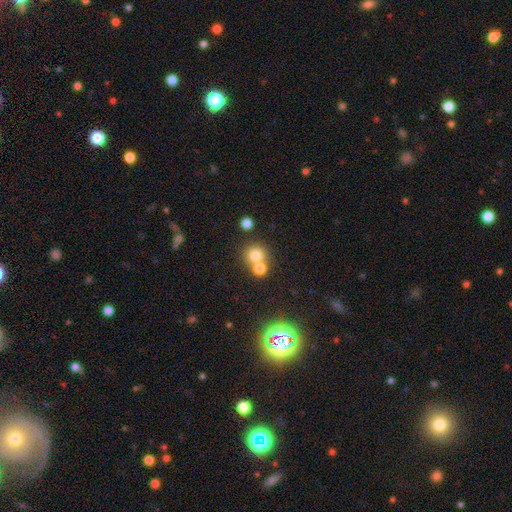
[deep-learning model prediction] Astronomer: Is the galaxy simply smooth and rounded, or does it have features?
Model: smooth — 76%.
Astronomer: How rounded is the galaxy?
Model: round — 86%.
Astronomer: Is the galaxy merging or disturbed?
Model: none — 48% (runner-up: merger, 42%).